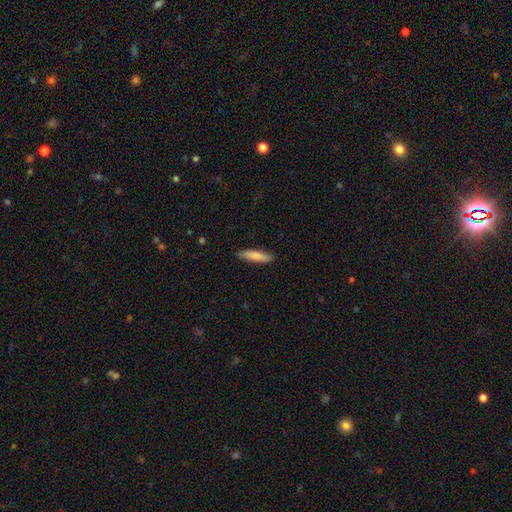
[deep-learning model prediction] smooth 82%, featured or disk 12%, star or artifact 5%. Down the decision tree: how rounded — cigar-shaped (80%); merging — none (88%).